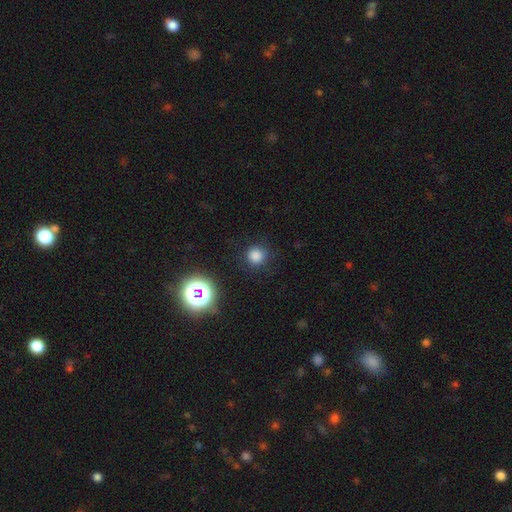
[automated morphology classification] Smooth or featured: smooth — 78% (star or artifact — 18%)
How rounded: round — 93% (in between — 6%)
Merging: none — 86% (minor disturbance — 9%)